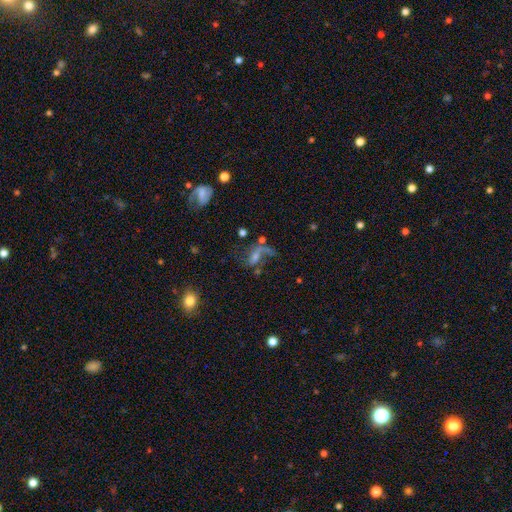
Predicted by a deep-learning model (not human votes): Smooth or featured? Predicted: featured or disk (p=0.65). Edge-on disk? Predicted: no (p=0.94). Bar? Predicted: no (p=0.42). Spiral arms? Predicted: yes (p=0.79). Bulge size? Predicted: small (p=0.44). Merging? Predicted: major disturbance (p=0.37).